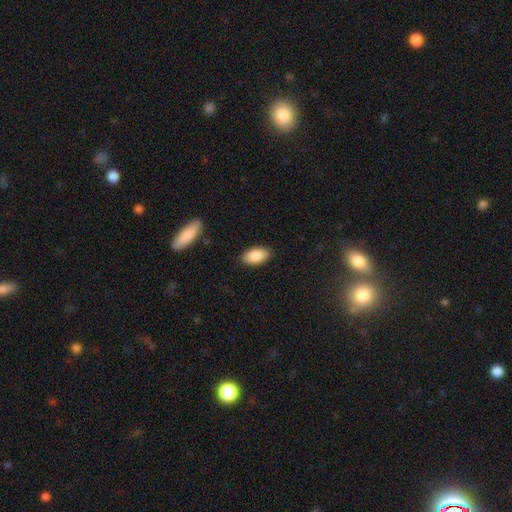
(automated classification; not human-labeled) This appears to be a smooth galaxy with no disk features (88%) that is in between round and cigar-shaped (94%). Merging: none (87%).